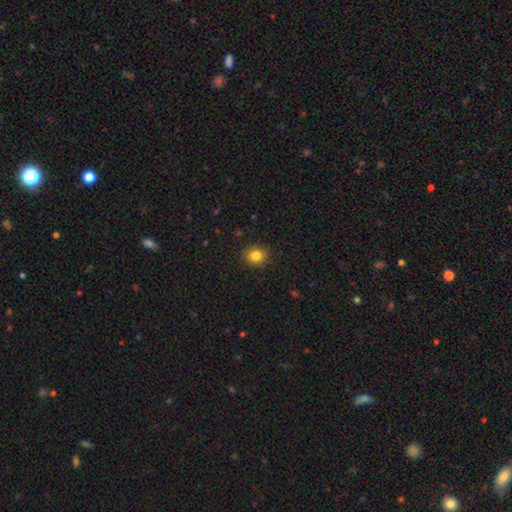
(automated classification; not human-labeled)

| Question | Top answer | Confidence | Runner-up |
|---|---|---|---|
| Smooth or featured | smooth | 84% | star or artifact (11%) |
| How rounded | round | 77% | in between (23%) |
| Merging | none | 88% | minor disturbance (8%) |